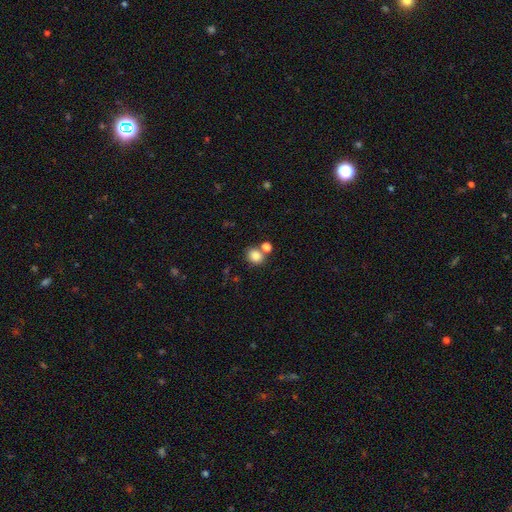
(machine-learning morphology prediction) A smooth galaxy with no disk features (84%) that is round (67%). Merging: none (61%).